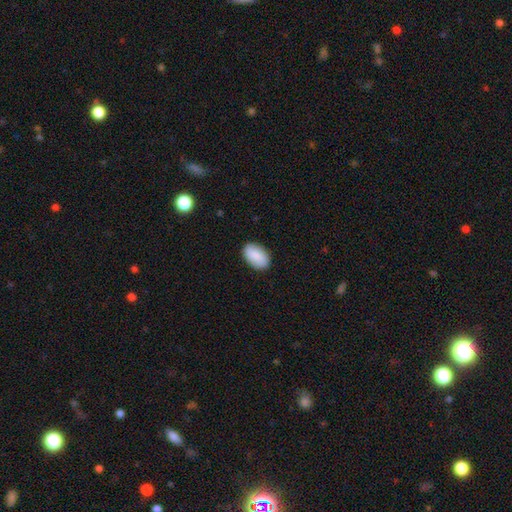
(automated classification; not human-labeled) The model was most divided on "merging": none: 88%, minor disturbance: 9%, major disturbance: 2%, merger: 1%. More confident: how rounded — in between (92%); smooth or featured — smooth (87%).